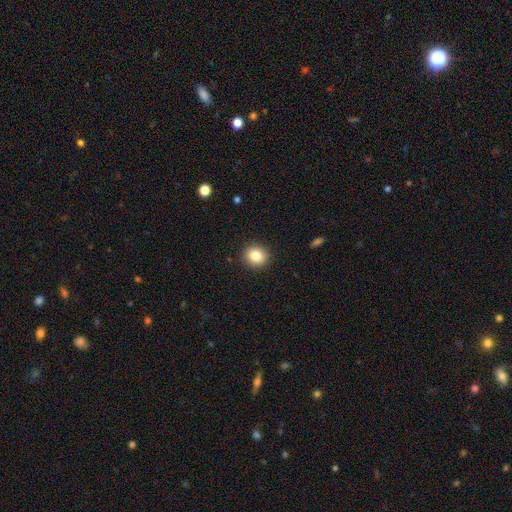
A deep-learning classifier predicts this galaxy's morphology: Overall: smooth (84%). How rounded: round (85%). Merging: none (91%).